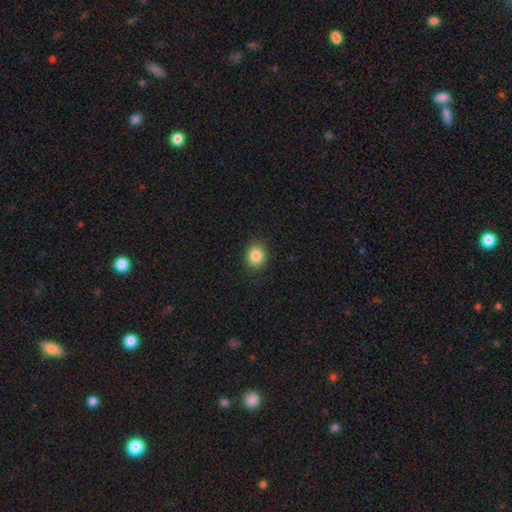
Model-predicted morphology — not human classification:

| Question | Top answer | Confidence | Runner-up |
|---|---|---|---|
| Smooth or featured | smooth | 86% | star or artifact (10%) |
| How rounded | round | 59% | in between (40%) |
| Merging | none | 88% | minor disturbance (9%) |